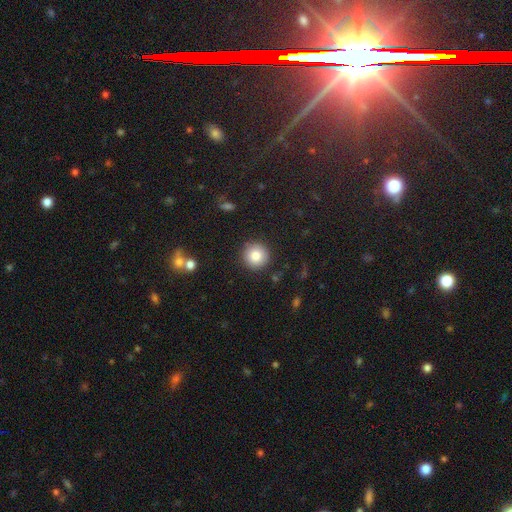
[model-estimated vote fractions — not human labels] A smooth galaxy with no disk features (83%) that is round (95%). Merging: none (90%).